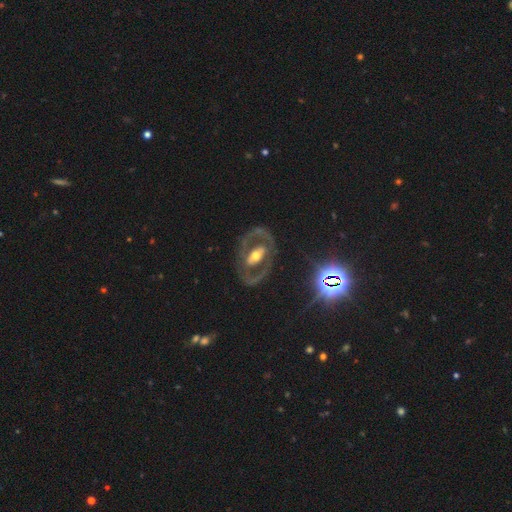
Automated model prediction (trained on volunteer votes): Smooth or featured?
  - featured or disk: 80% *
  - smooth: 14%
  - star or artifact: 6%
Edge-on disk?
  - no: 94% *
  - yes: 6%
Bar?
  - strong: 40% *
  - no: 32%
  - weak: 28%
Spiral arms?
  - yes: 59% *
  - no: 41%
Bulge size?
  - moderate: 65% *
  - small: 18%
  - large: 14%
  - dominant: 2%
  - none: 1%
Merging?
  - none: 73% *
  - minor disturbance: 13%
  - major disturbance: 12%
  - merger: 2%